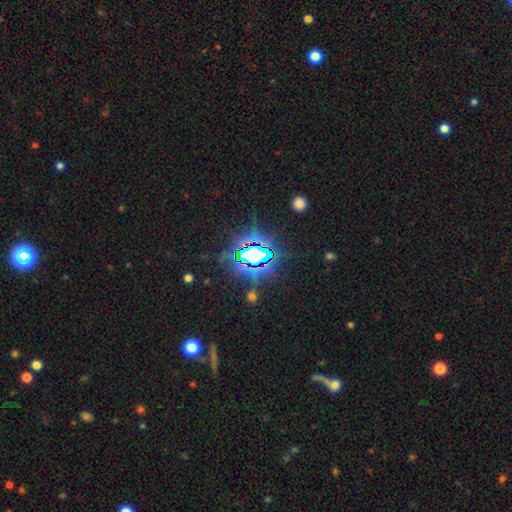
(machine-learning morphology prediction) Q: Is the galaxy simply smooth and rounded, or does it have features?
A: star or artifact — 79%.